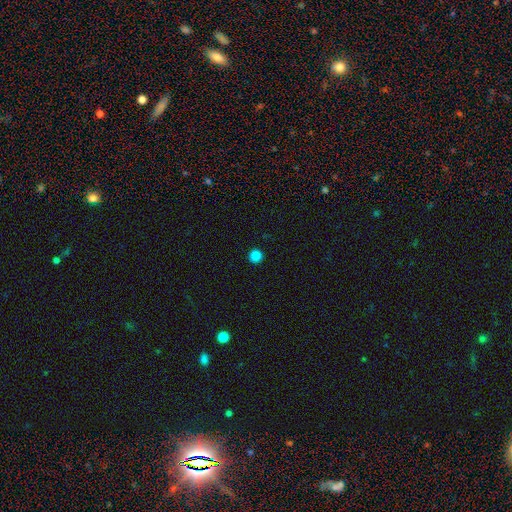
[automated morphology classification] Smooth or featured?
  - smooth: 85% *
  - star or artifact: 13%
  - featured or disk: 3%
How rounded?
  - round: 96% *
  - in between: 3%
  - cigar-shaped: 1%
Merging?
  - none: 93% *
  - minor disturbance: 4%
  - major disturbance: 2%
  - merger: 1%